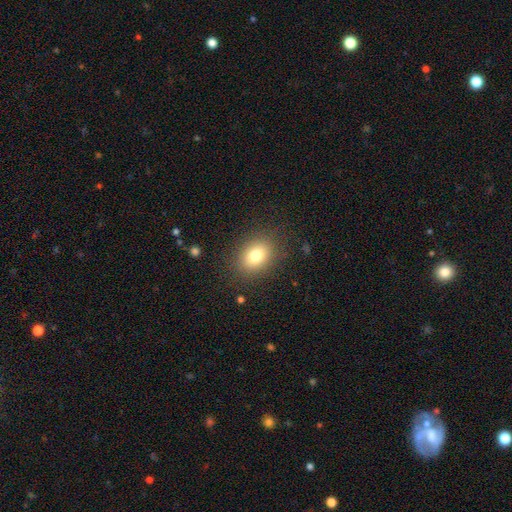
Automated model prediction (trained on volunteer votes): smooth-or-featured: smooth: 78% | star or artifact: 11% | featured or disk: 11%
  how-rounded: in between: 65% | round: 34% | cigar-shaped: 1%
  merging: none: 84% | minor disturbance: 10% | major disturbance: 4% | merger: 1%